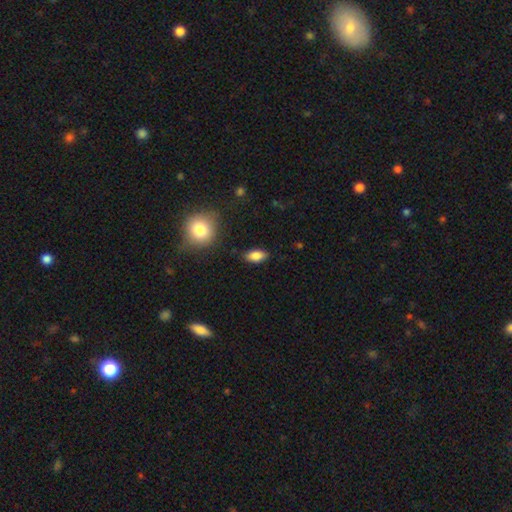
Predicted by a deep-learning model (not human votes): smooth_or_featured: smooth (p=0.84) [alt: featured or disk p=0.08]
how_rounded: in between (p=0.89) [alt: cigar-shaped p=0.07]
merging: none (p=0.85) [alt: minor disturbance p=0.11]